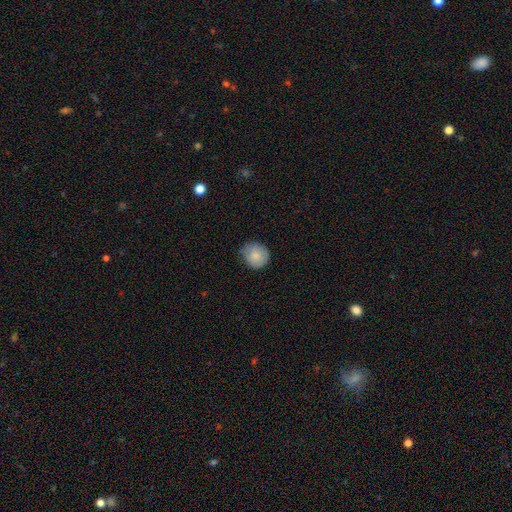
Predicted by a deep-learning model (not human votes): Smooth or featured?
  - smooth: 84% *
  - featured or disk: 8%
  - star or artifact: 7%
How rounded?
  - round: 86% *
  - in between: 13%
  - cigar-shaped: 1%
Merging?
  - none: 66% *
  - minor disturbance: 29%
  - major disturbance: 5%
  - merger: 1%